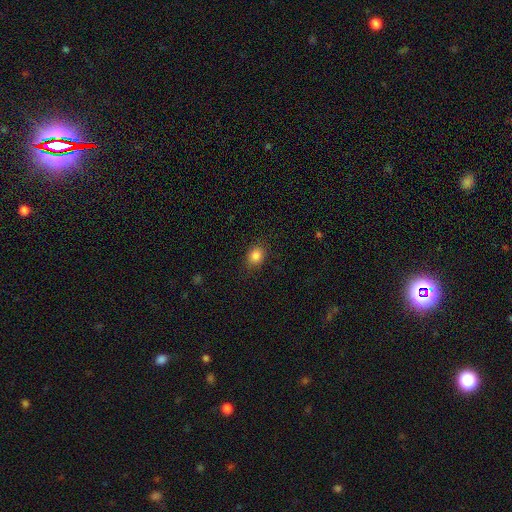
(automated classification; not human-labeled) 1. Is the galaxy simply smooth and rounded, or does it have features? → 85% smooth, 10% star or artifact, 5% featured or disk.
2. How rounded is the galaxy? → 56% round, 43% in between, 1% cigar-shaped.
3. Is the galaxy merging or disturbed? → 85% none, 11% minor disturbance, 3% major disturbance, 1% merger.